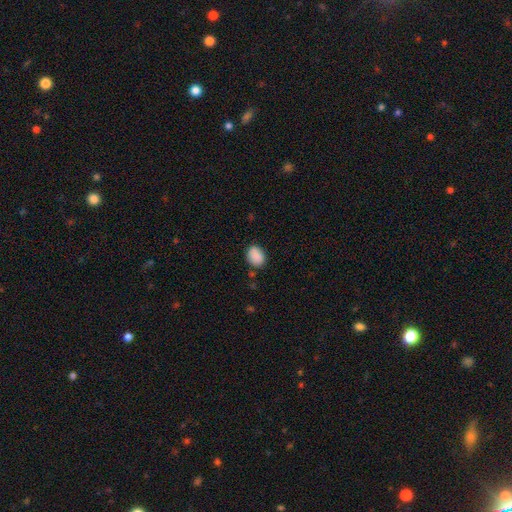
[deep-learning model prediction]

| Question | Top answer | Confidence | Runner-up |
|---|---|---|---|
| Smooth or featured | smooth | 89% | star or artifact (8%) |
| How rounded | in between | 72% | round (27%) |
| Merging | none | 79% | minor disturbance (16%) |